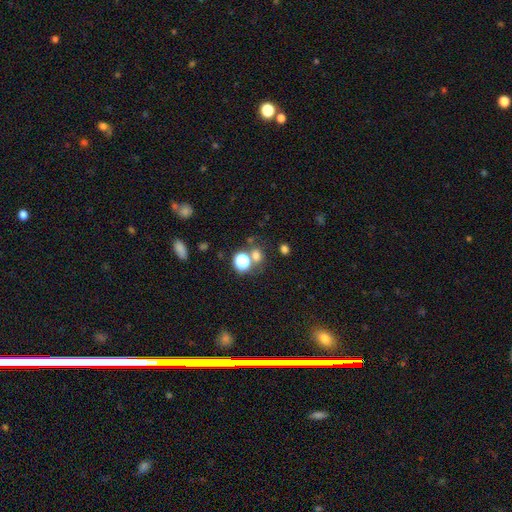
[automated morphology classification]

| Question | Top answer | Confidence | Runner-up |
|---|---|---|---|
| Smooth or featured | smooth | 64% | star or artifact (27%) |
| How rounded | round | 69% | in between (30%) |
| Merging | none | 62% | merger (23%) |